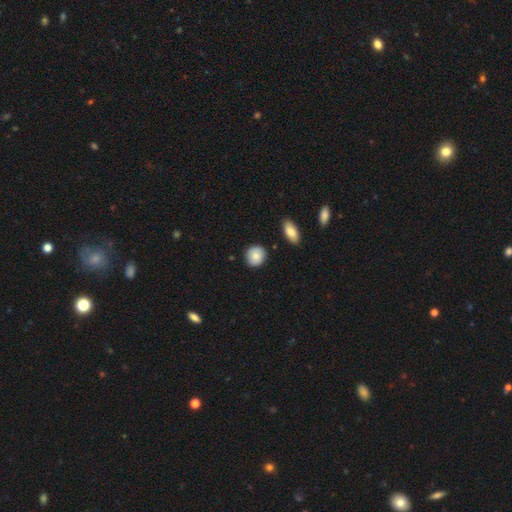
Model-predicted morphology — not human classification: Q: Smooth or featured?
A: smooth (84%); runner-up: featured or disk (9%)
Q: How rounded?
A: round (82%); runner-up: in between (16%)
Q: Merging?
A: none (85%); runner-up: minor disturbance (10%)